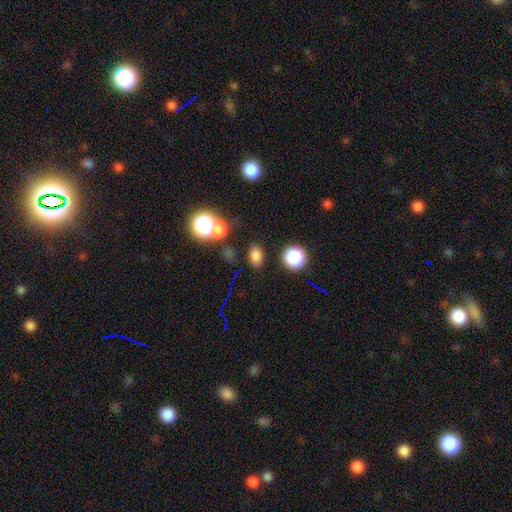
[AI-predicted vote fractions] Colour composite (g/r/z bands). It shows a smooth galaxy with no disk features (75%) that is in between round and cigar-shaped (62%). Merging: none (80%).